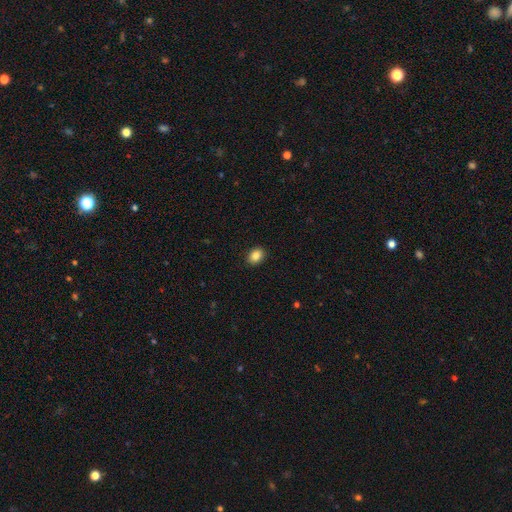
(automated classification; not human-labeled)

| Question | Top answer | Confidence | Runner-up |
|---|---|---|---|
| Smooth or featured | smooth | 87% | star or artifact (9%) |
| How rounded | in between | 66% | round (33%) |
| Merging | none | 91% | minor disturbance (7%) |